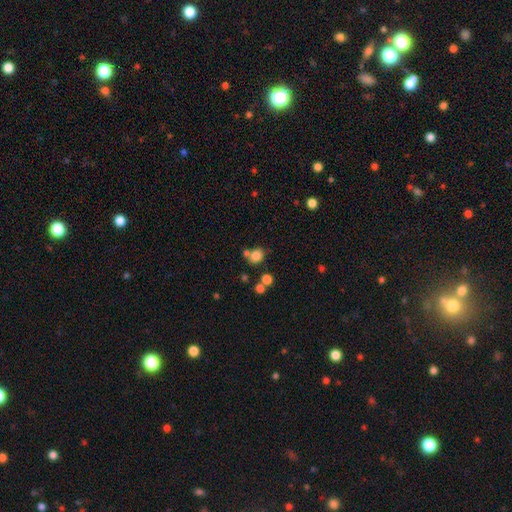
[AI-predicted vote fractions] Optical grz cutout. It shows a smooth galaxy with no disk features (80%) that is round (75%). Merging: none (63%).